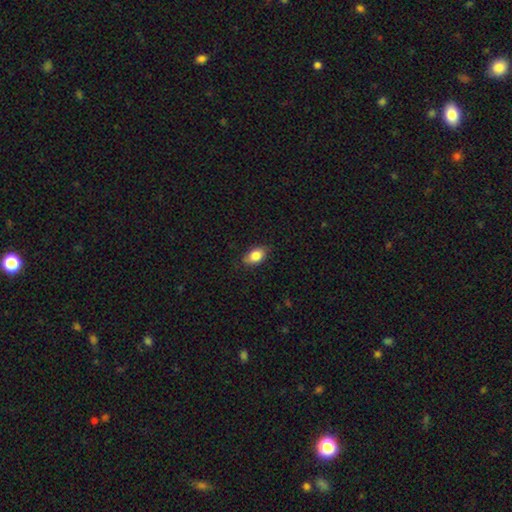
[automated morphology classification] Q: Smooth or featured?
A: smooth (84%); runner-up: featured or disk (9%)
Q: How rounded?
A: in between (87%); runner-up: round (11%)
Q: Merging?
A: none (80%); runner-up: minor disturbance (16%)